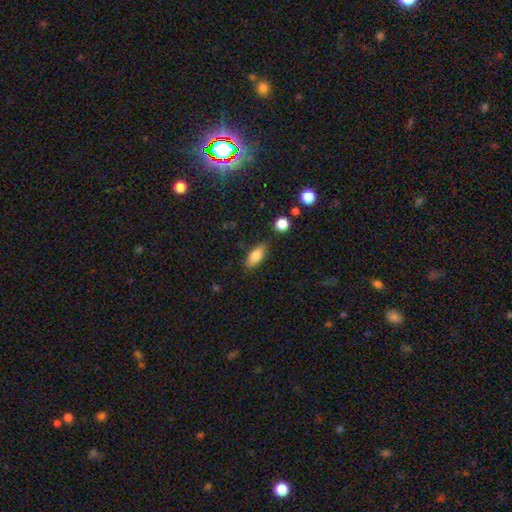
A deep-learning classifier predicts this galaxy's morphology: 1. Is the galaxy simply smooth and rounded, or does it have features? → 80% smooth, 12% featured or disk, 8% star or artifact.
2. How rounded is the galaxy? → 80% in between, 16% cigar-shaped, 4% round.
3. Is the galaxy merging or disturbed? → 82% none, 13% minor disturbance, 3% major disturbance, 3% merger.